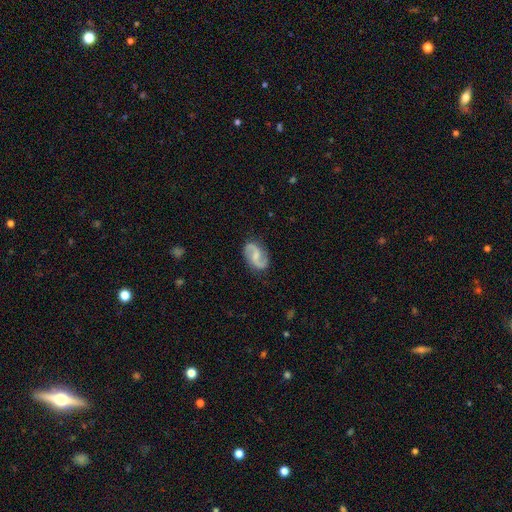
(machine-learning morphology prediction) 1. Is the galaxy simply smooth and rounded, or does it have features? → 86% featured or disk, 10% smooth, 5% star or artifact.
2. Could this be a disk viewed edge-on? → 98% no, 2% yes.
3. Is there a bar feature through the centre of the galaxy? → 48% weak, 38% no, 15% strong.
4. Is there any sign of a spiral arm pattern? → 97% yes, 3% no.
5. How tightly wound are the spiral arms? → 49% loose, 41% medium, 10% tight.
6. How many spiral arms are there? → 94% 2, 2% can't tell, 2% 1, 1% 3, 1% 4, 1% more than 4.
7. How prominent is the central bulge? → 43% small, 27% none, 27% moderate, 2% large, 1% dominant.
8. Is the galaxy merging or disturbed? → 85% none, 11% minor disturbance, 3% major disturbance, 1% merger.